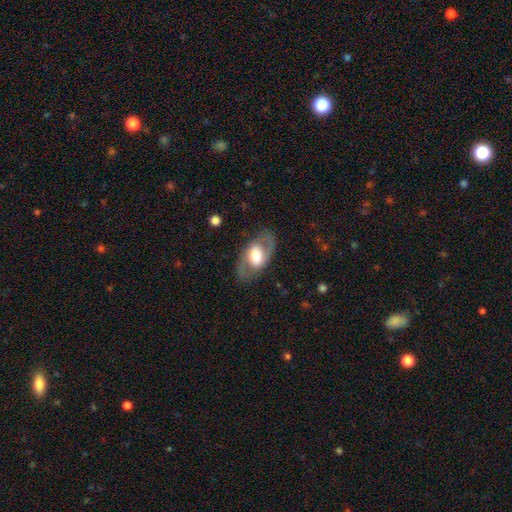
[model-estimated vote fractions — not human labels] Smooth or featured: featured or disk — 66% (smooth — 29%)
Edge-on disk: no — 92% (yes — 8%)
Bar: no — 43% (weak — 38%)
Spiral arms: yes — 65% (no — 35%)
Bulge size: moderate — 53% (large — 34%)
Merging: none — 81% (minor disturbance — 11%)